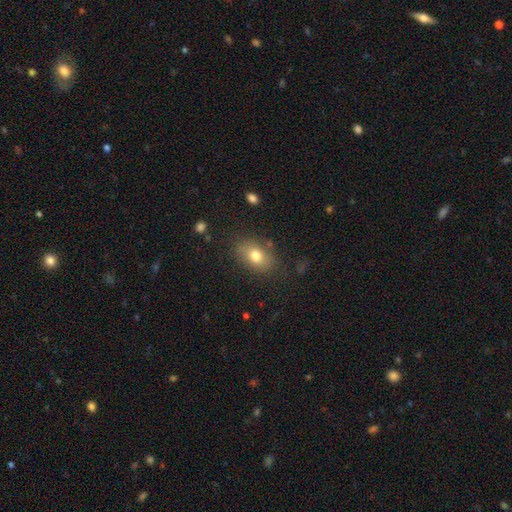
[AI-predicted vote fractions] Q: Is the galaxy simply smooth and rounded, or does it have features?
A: smooth — 77%.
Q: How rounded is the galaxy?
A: in between — 79%.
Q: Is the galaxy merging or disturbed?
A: none — 79%.